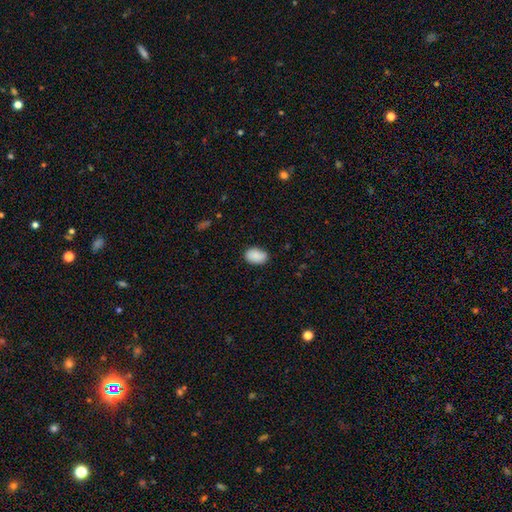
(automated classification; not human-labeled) This appears to be a smooth galaxy with no disk features (87%) that is in between round and cigar-shaped (85%). Merging: none (80%).